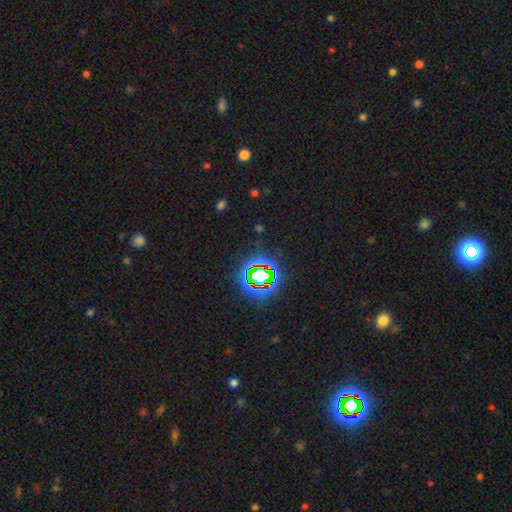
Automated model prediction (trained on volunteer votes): A star or artifact, not a galaxy (77%).

Vote fractions:
- Smooth or featured? star or artifact: 77% / smooth: 14% / featured or disk: 8%